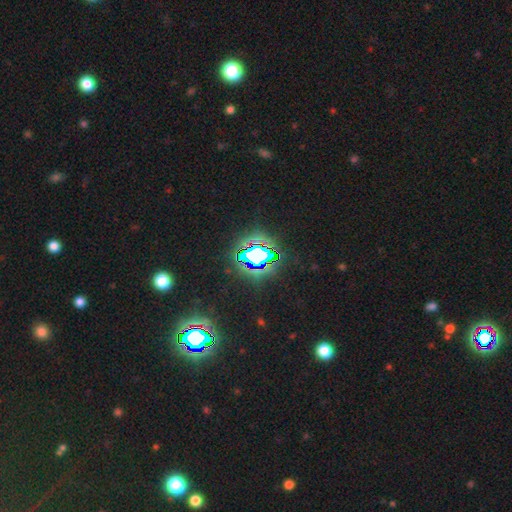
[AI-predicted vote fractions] A star or artifact, not a galaxy (74%).

Vote fractions:
- Smooth or featured? star or artifact: 74% / smooth: 16% / featured or disk: 10%